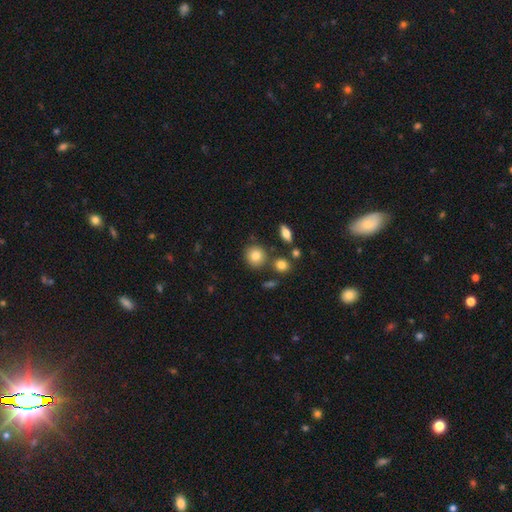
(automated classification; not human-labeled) smooth_or_featured: smooth (p=0.81) [alt: featured or disk p=0.09]
how_rounded: round (p=0.86) [alt: in between p=0.13]
merging: none (p=0.80) [alt: minor disturbance p=0.10]